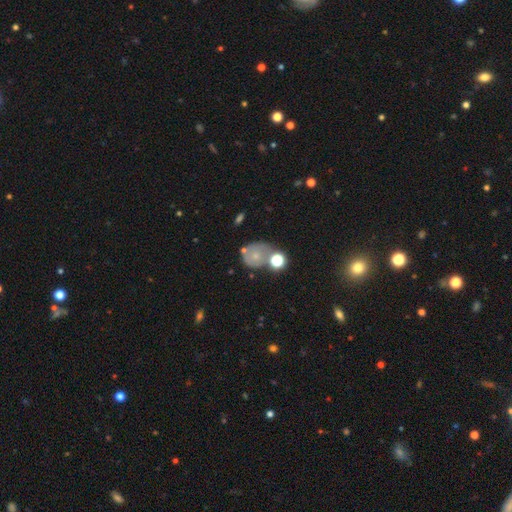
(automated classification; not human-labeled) Q: Smooth or featured?
A: smooth (55%); runner-up: featured or disk (31%)
Q: How rounded?
A: round (66%); runner-up: in between (33%)
Q: Merging?
A: none (43%); runner-up: merger (22%)